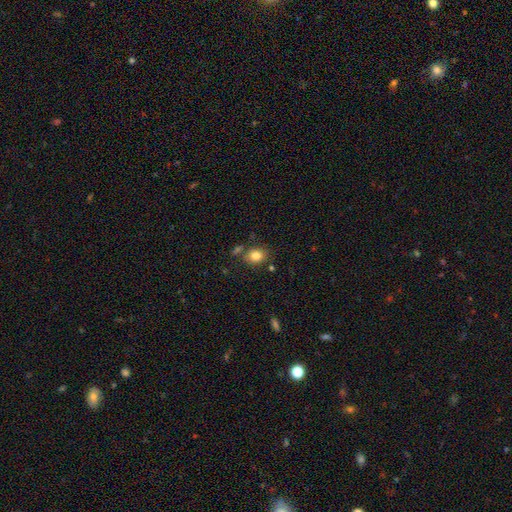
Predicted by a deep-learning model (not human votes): Overall: smooth (82%). How rounded: round (50%; in between 49%). Merging: none (75%).